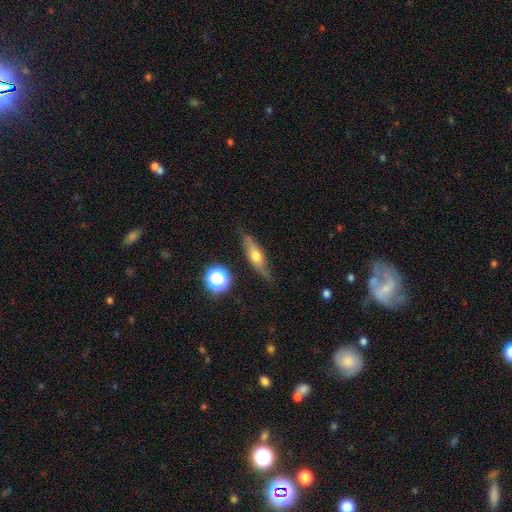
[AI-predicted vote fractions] A featured or disk galaxy (53%) viewed edge-on (88%). Merging: none (80%).